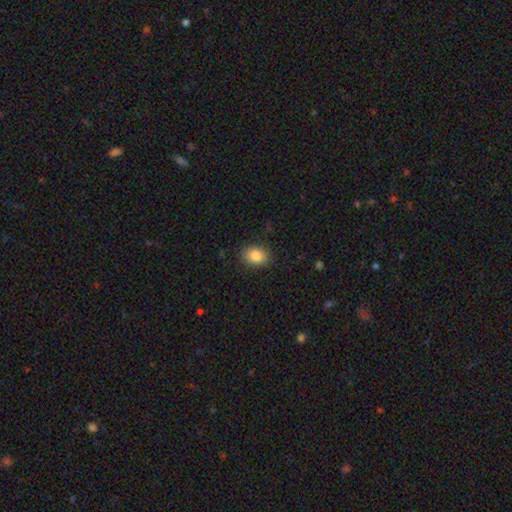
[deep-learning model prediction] This is clearly a smooth galaxy (85%). How rounded: likely in between (63%). Merging: clearly none (87%).